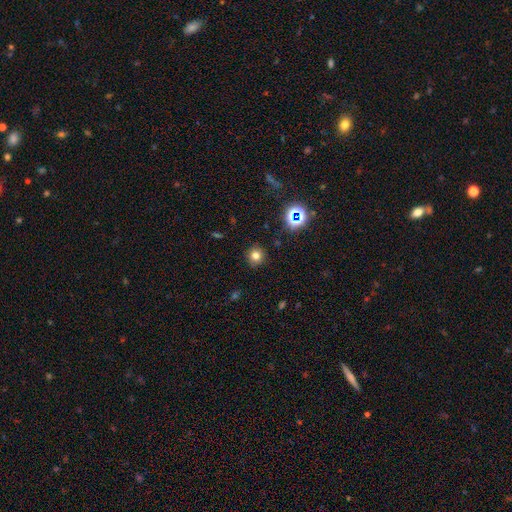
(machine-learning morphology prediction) The model was most divided on "smooth or featured": smooth: 74%, star or artifact: 19%, featured or disk: 7%. More confident: how rounded — round (91%); merging — none (89%).